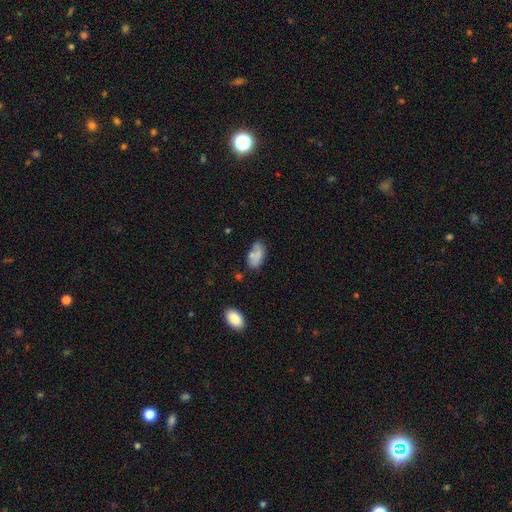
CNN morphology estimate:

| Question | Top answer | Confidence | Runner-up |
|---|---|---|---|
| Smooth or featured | smooth | 74% | featured or disk (18%) |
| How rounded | in between | 92% | cigar-shaped (4%) |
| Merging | none | 54% | minor disturbance (26%) |